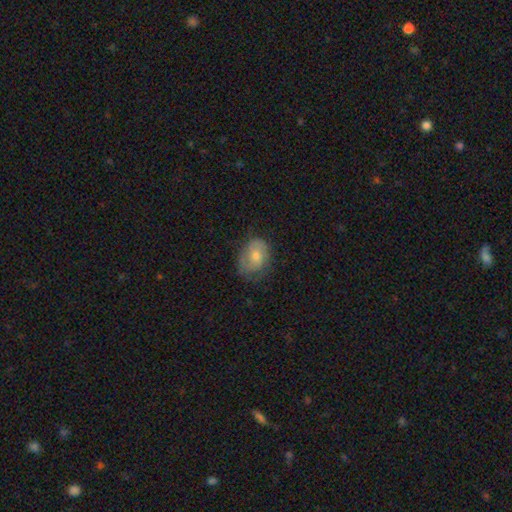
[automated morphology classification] This appears to be a smooth galaxy with no disk features (60%) that is in between round and cigar-shaped (66%). Merging: none (58%).